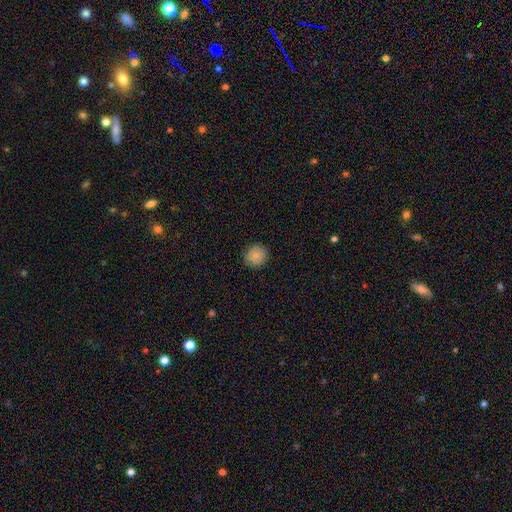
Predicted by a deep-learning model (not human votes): smooth-or-featured: smooth: 83% | star or artifact: 9% | featured or disk: 8%
  how-rounded: round: 89% | in between: 10% | cigar-shaped: 1%
  merging: none: 88% | minor disturbance: 9% | major disturbance: 2% | merger: 1%